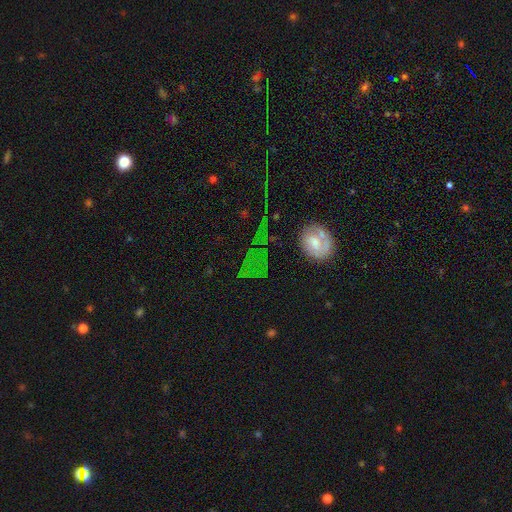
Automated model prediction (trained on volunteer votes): Smooth or featured? Predicted: star or artifact (p=0.43).